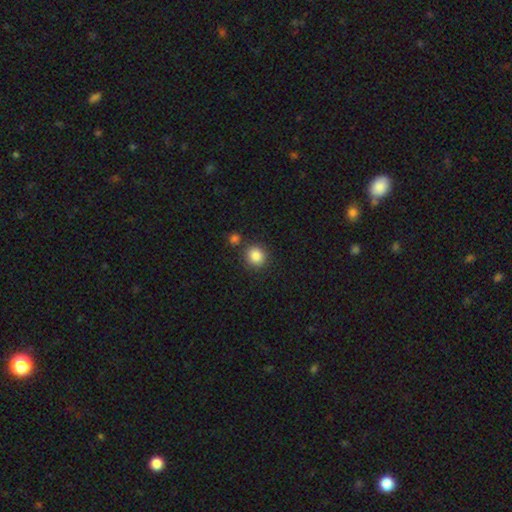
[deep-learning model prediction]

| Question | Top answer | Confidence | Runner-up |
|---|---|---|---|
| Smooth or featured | smooth | 86% | star or artifact (10%) |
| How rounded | round | 88% | in between (11%) |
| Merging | none | 81% | minor disturbance (9%) |